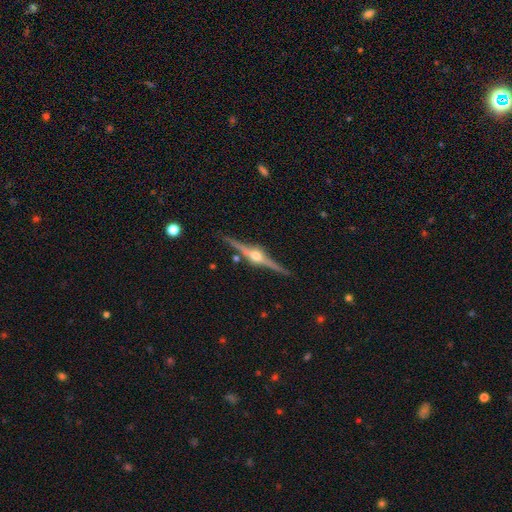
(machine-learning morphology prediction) smooth_or_featured: featured or disk (p=0.88) [alt: smooth p=0.06]
disk_edge_on: yes (p=0.98) [alt: no p=0.02]
edge_on_bulge: rounded (p=0.95) [alt: boxy p=0.04]
merging: none (p=0.89) [alt: minor disturbance p=0.08]